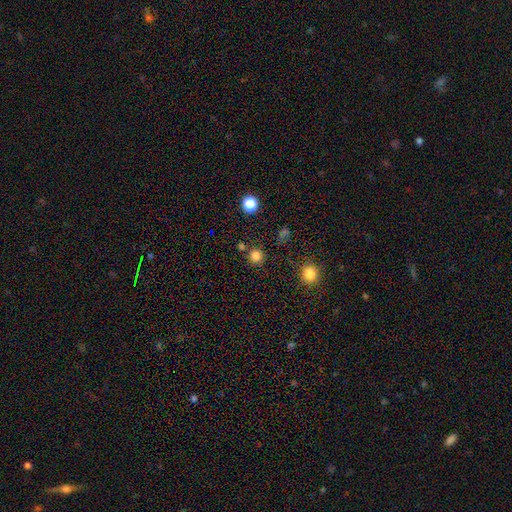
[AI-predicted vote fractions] Smooth or featured? Predicted: smooth (p=0.80). How rounded? Predicted: round (p=0.94). Merging? Predicted: none (p=0.83).